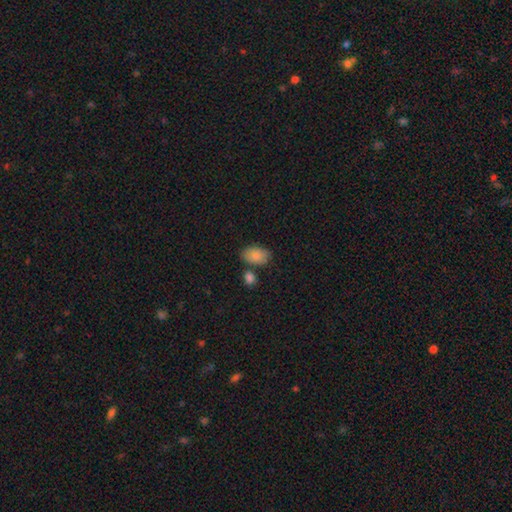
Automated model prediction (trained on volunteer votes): smooth 86%, featured or disk 7%, star or artifact 7%. Down the decision tree: how rounded — in between (90%); merging — none (68%).